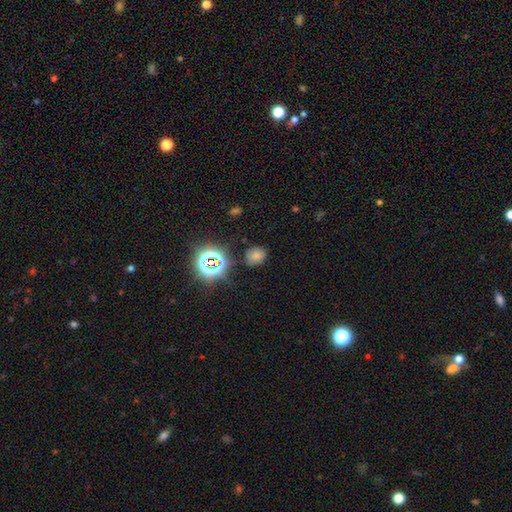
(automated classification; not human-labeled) Morphology: type=smooth (66%); roundness=round (63%); merging=none (79%).